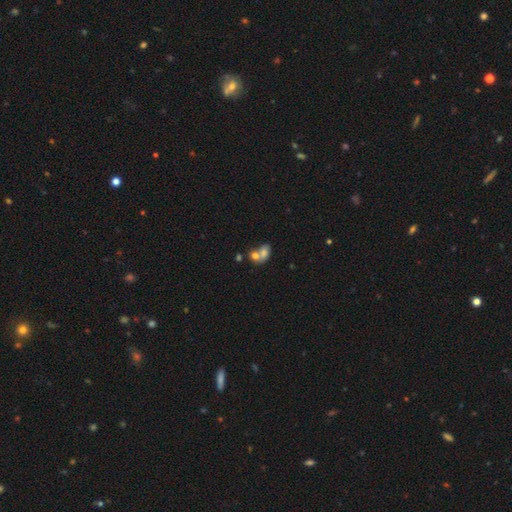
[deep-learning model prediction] smooth-or-featured: smooth: 69% | featured or disk: 21% | star or artifact: 11%
  how-rounded: in between: 66% | round: 32% | cigar-shaped: 2%
  merging: merger: 67% | none: 20% | minor disturbance: 8% | major disturbance: 5%